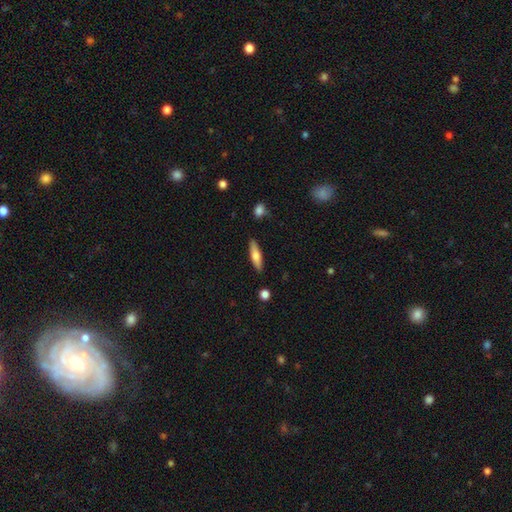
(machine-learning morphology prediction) Overall: smooth (63%; featured or disk 31%). How rounded: cigar-shaped (70%). Merging: none (88%).